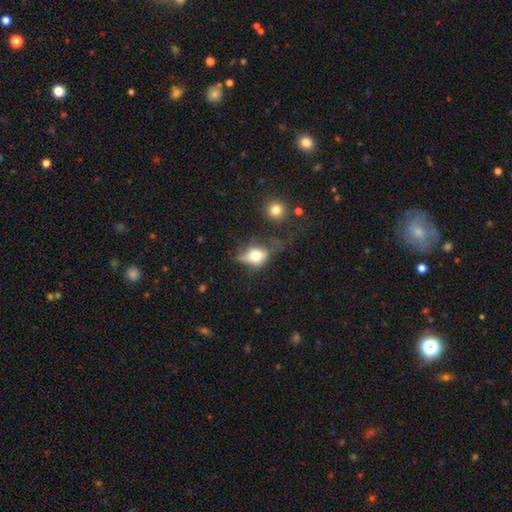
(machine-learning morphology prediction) Smooth or featured: smooth — 63% (featured or disk — 27%)
How rounded: in between — 62% (round — 34%)
Merging: major disturbance — 40% (minor disturbance — 26%)